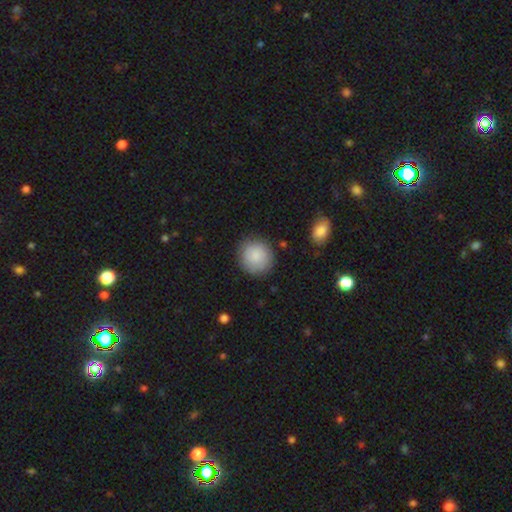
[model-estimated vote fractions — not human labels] A smooth galaxy with no disk features (87%) that is round (91%). Merging: none (85%).